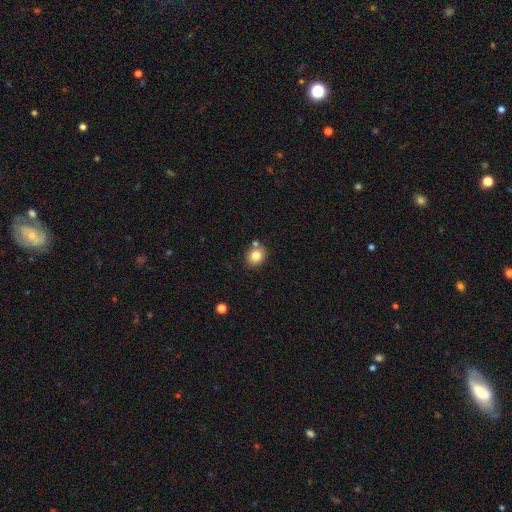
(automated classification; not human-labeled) A smooth galaxy with no disk features (81%) that is round (77%).

Vote fractions:
- Smooth or featured? smooth: 81% / star or artifact: 11% / featured or disk: 8%
- How rounded? round: 77% / in between: 23% / cigar-shaped: 1%
- Merging? none: 75% / merger: 12% / minor disturbance: 10% / major disturbance: 3%